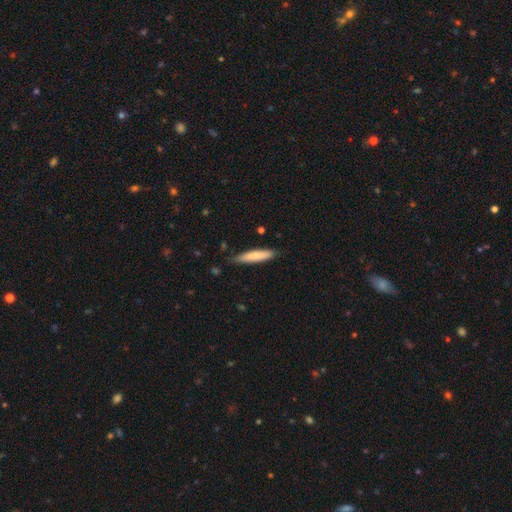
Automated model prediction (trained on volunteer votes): The model was most divided on "smooth or featured": smooth: 76%, featured or disk: 18%, star or artifact: 5%. More confident: how rounded — cigar-shaped (85%); merging — none (81%).